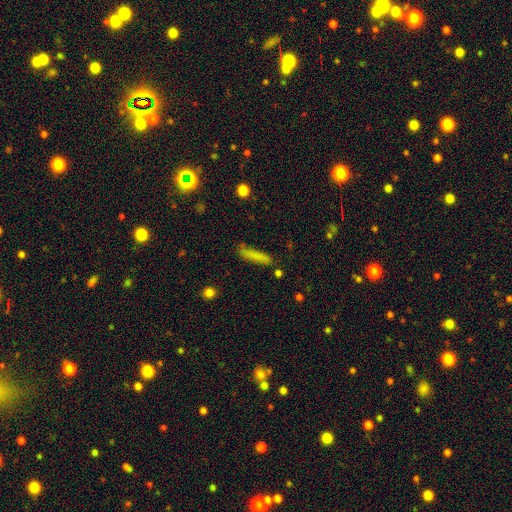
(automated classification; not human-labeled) A smooth galaxy with no disk features (78%) that is cigar-shaped (88%).

Vote fractions:
- Smooth or featured? smooth: 78% / featured or disk: 14% / star or artifact: 8%
- How rounded? cigar-shaped: 88% / in between: 10% / round: 2%
- Merging? none: 77% / minor disturbance: 15% / major disturbance: 4% / merger: 4%